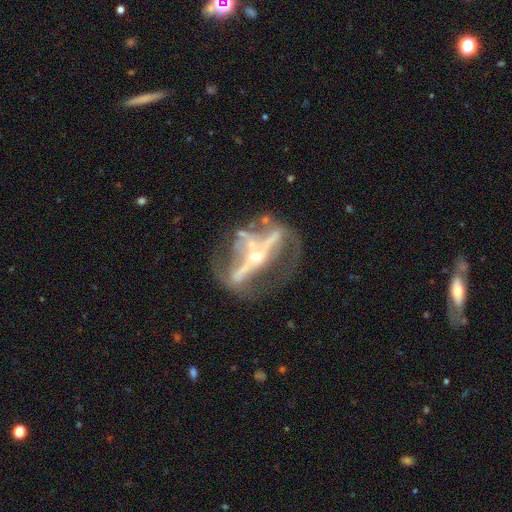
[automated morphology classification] This appears to be a featured or disk galaxy (83%) with a strong bar (63%), no spiral arms (52%) and a small central bulge (59%). Merging: none (48%).